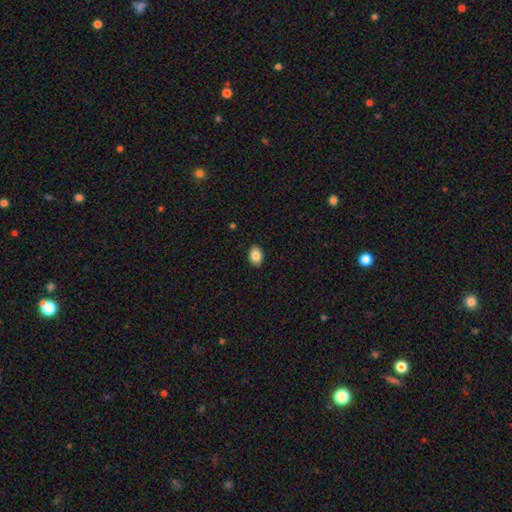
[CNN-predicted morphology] Q: Smooth or featured?
A: smooth (86%); runner-up: star or artifact (8%)
Q: How rounded?
A: in between (79%); runner-up: round (20%)
Q: Merging?
A: none (91%); runner-up: minor disturbance (7%)